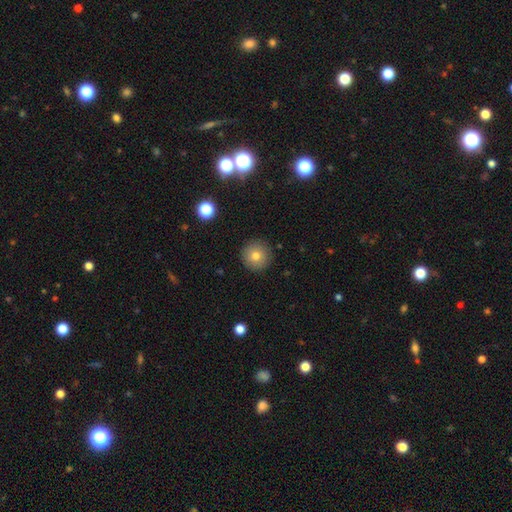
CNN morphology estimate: Overall: smooth (78%). How rounded: round (96%). Merging: none (91%).